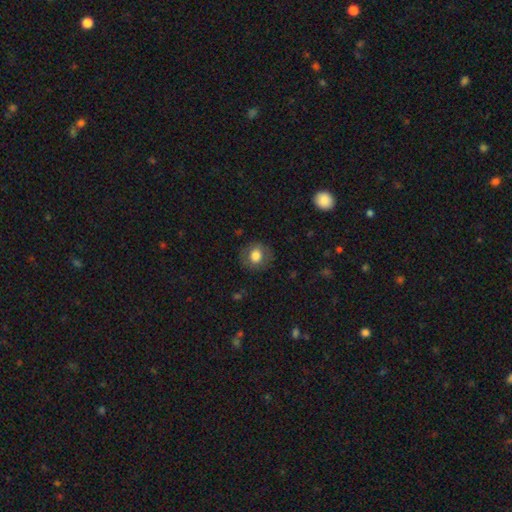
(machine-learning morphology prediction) Smooth or featured?
  - smooth: 74% *
  - featured or disk: 17%
  - star or artifact: 9%
How rounded?
  - round: 78% *
  - in between: 21%
  - cigar-shaped: 1%
Merging?
  - none: 82% *
  - minor disturbance: 12%
  - major disturbance: 5%
  - merger: 1%